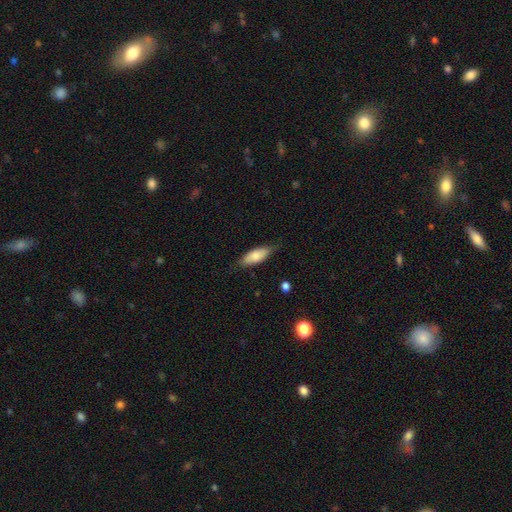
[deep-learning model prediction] A smooth galaxy with no disk features (78%) that is in between round and cigar-shaped (75%). Merging: none (73%).